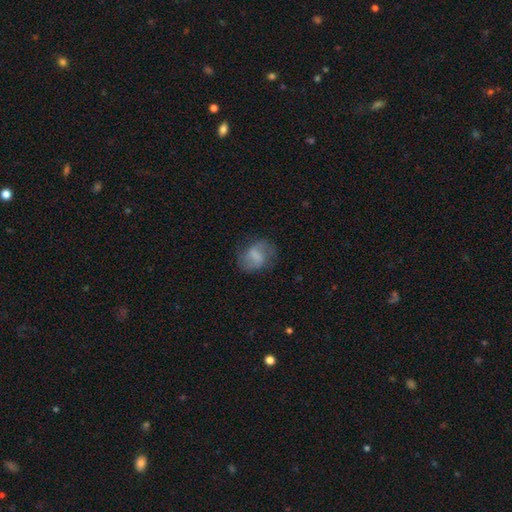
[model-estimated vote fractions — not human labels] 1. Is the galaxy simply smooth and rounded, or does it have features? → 50% smooth, 42% featured or disk, 9% star or artifact.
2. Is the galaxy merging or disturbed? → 66% none, 21% minor disturbance, 11% major disturbance, 2% merger.